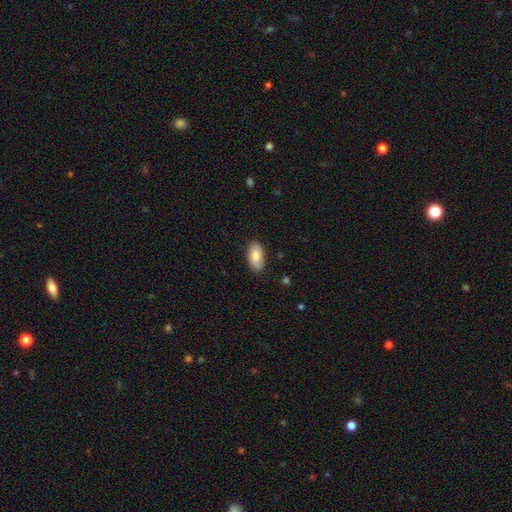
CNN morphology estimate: Q: Smooth or featured?
A: smooth (82%); runner-up: featured or disk (12%)
Q: How rounded?
A: in between (95%); runner-up: round (3%)
Q: Merging?
A: none (84%); runner-up: minor disturbance (13%)